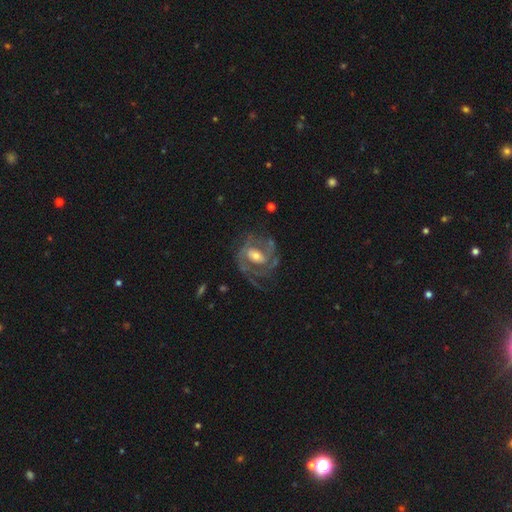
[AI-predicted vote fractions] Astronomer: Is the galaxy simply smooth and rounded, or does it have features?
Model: featured or disk — 87%.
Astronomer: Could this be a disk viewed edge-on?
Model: no — 97%.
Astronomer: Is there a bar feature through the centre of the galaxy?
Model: weak — 45% (runner-up: no, 31%).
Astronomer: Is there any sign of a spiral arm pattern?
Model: yes — 93%.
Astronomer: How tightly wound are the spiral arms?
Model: medium — 46% (runner-up: tight, 41%).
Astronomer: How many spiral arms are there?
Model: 2 — 46% (runner-up: 3, 21%).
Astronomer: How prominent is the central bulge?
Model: moderate — 58%.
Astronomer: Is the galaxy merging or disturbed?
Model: none — 60%.